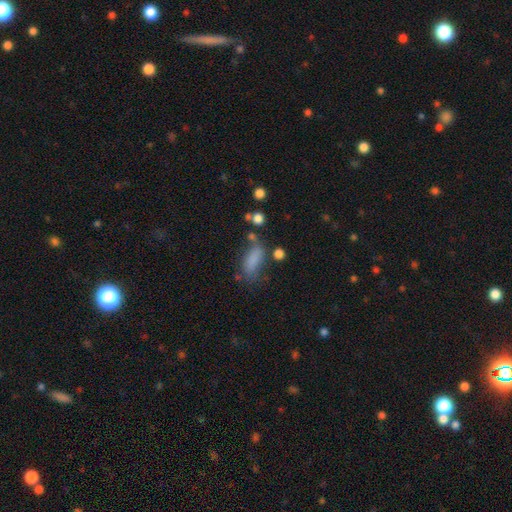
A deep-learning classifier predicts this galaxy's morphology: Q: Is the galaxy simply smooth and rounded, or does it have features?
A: smooth — 74%.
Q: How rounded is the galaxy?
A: in between — 74%.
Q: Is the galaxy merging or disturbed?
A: none — 49%.